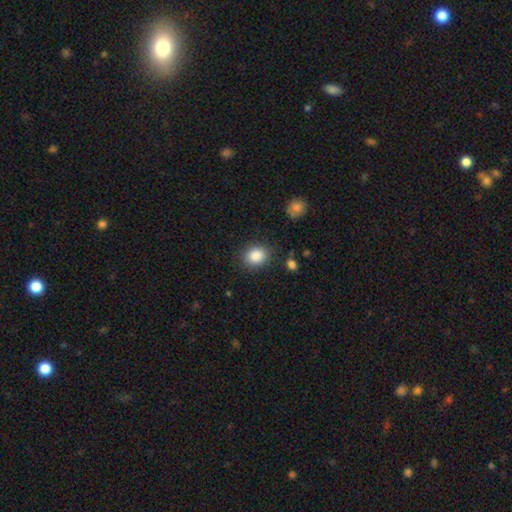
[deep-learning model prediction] Smooth or featured? smooth (87%)
How rounded? round (55%)
Merging? none (84%)